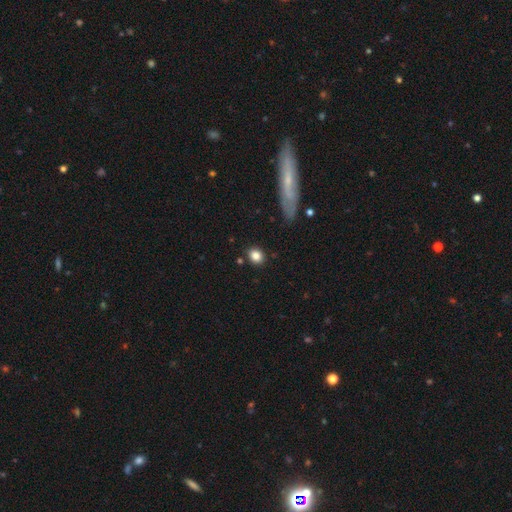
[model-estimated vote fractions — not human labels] Q: Smooth or featured?
A: smooth (84%); runner-up: star or artifact (10%)
Q: How rounded?
A: round (65%); runner-up: in between (33%)
Q: Merging?
A: none (86%); runner-up: minor disturbance (9%)